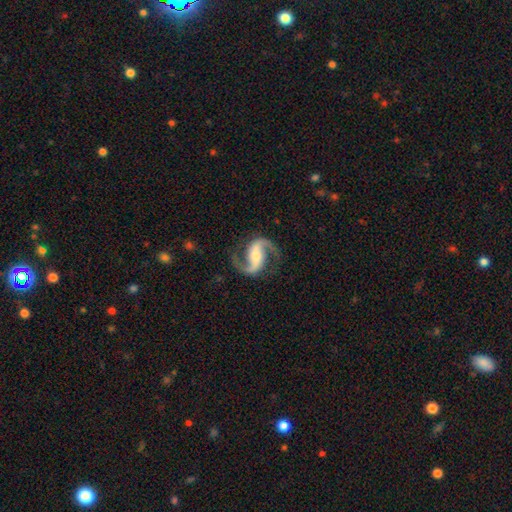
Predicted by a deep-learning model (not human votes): Smooth or featured? featured or disk (93%)
Edge-on disk? no (98%)
Bar? strong (42%)
Spiral arms? yes (98%)
Spiral winding? medium (47%)
Spiral arm count? 2 (94%)
Bulge size? moderate (46%)
Merging? none (84%)